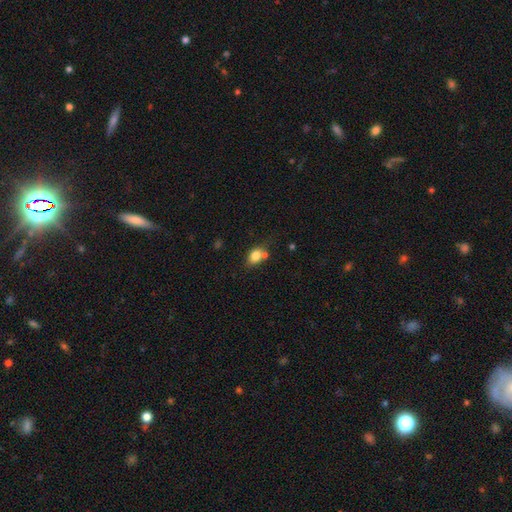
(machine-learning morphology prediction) smooth 79%, featured or disk 11%, star or artifact 10%. Down the decision tree: how rounded — in between (61%); merging — none (53%).